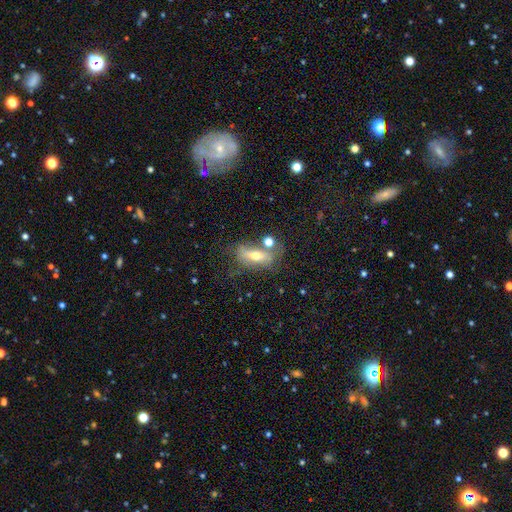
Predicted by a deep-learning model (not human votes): smooth 50%, featured or disk 40%, star or artifact 10%. Down the decision tree: merging — none (47%).